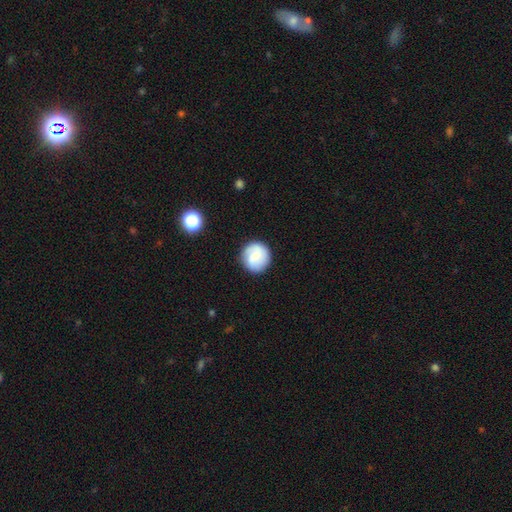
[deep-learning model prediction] smooth_or_featured: smooth (p=0.64) [alt: featured or disk p=0.29]
how_rounded: round (p=0.93) [alt: in between p=0.06]
merging: none (p=0.85) [alt: minor disturbance p=0.11]